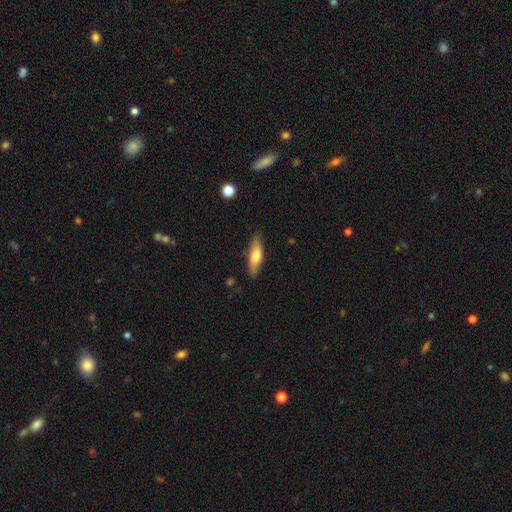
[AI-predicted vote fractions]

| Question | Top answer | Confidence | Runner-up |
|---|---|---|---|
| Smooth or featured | smooth | 67% | featured or disk (27%) |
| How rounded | cigar-shaped | 55% | in between (42%) |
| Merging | none | 84% | minor disturbance (13%) |